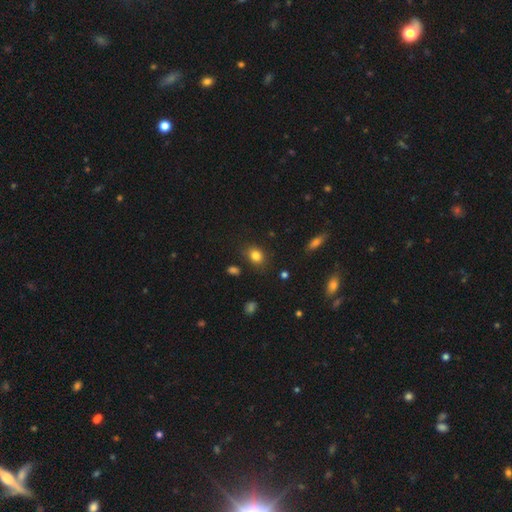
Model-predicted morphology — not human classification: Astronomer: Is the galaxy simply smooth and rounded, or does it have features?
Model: smooth — 82%.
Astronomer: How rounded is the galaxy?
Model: in between — 54% (runner-up: round, 44%).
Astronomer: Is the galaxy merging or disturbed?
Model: none — 80%.